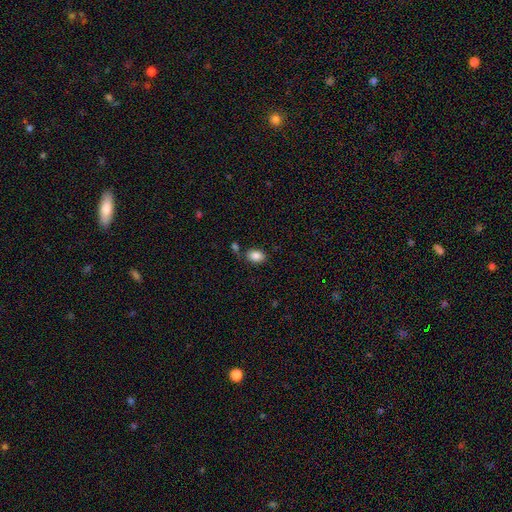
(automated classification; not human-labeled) Smooth or featured: smooth — 87% (star or artifact — 8%)
How rounded: in between — 84% (round — 15%)
Merging: none — 72% (minor disturbance — 14%)